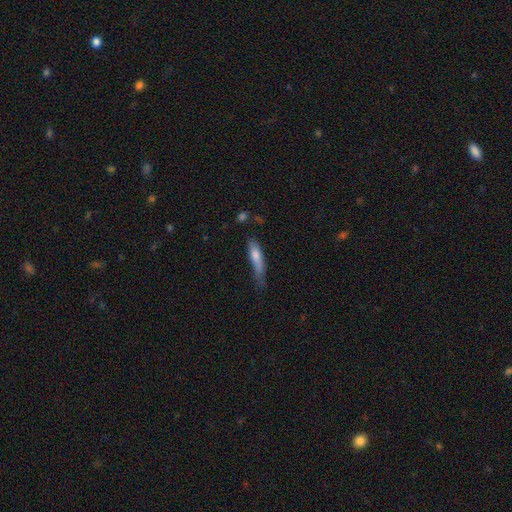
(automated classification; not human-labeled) Overall: smooth (66%; featured or disk 27%). How rounded: cigar-shaped (80%). Merging: none (43%; minor disturbance 35%).